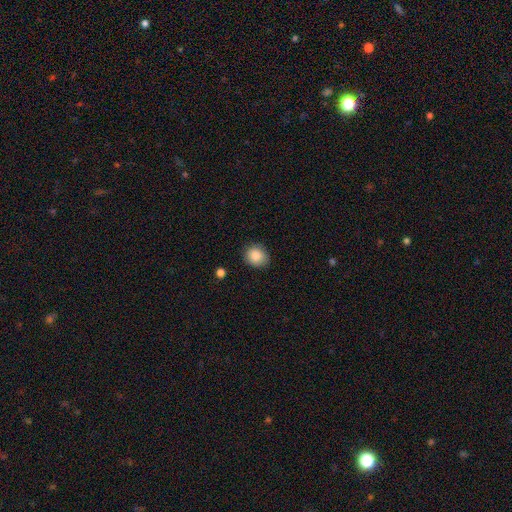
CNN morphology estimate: type=smooth (87%); roundness=round (76%); merging=none (82%).